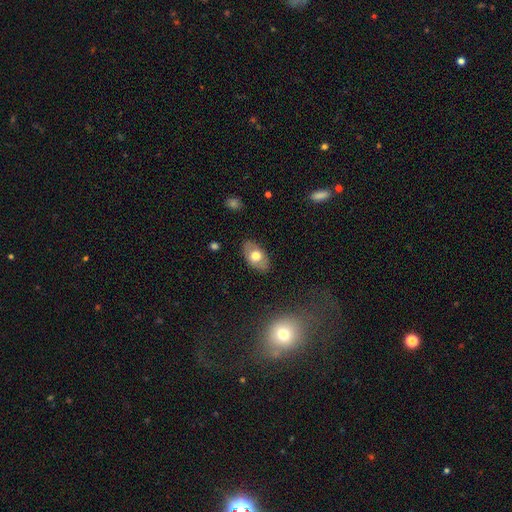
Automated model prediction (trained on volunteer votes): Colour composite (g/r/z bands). It shows a smooth galaxy with no disk features (61%) that is in between round and cigar-shaped (89%). Merging: none (83%).